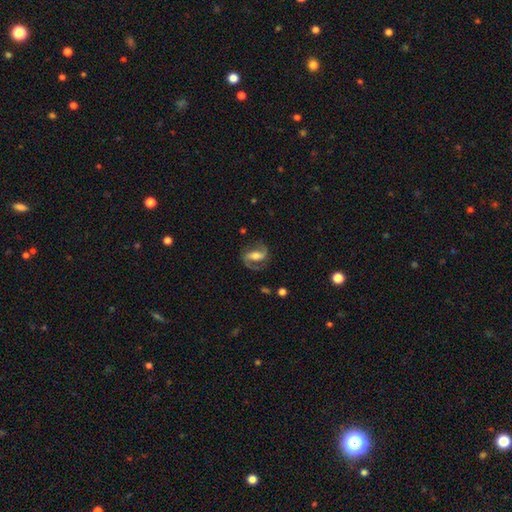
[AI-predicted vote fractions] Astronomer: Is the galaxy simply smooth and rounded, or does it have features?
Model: featured or disk — 85%.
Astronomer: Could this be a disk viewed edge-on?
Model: no — 97%.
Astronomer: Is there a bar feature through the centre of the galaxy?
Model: strong — 43% (runner-up: weak, 35%).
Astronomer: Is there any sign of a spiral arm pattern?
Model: yes — 95%.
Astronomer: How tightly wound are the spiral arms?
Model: medium — 54%.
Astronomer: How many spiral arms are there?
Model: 2 — 89%.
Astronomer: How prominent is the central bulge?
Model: moderate — 60%.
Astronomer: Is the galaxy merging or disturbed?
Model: none — 75%.